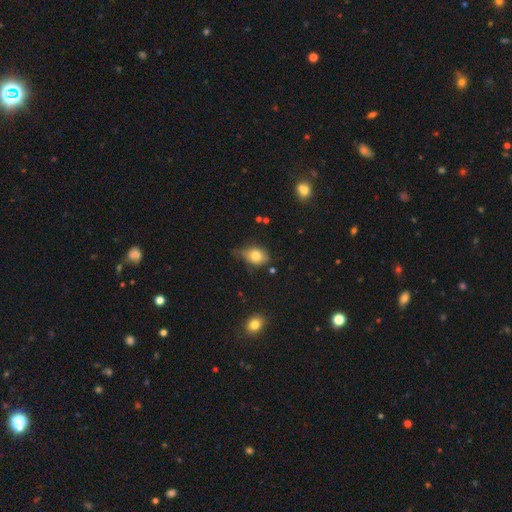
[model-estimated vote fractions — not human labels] The model was most divided on "merging": none: 44%, minor disturbance: 40%, major disturbance: 13%, merger: 4%. More confident: smooth or featured — smooth (76%); how rounded — in between (61%).